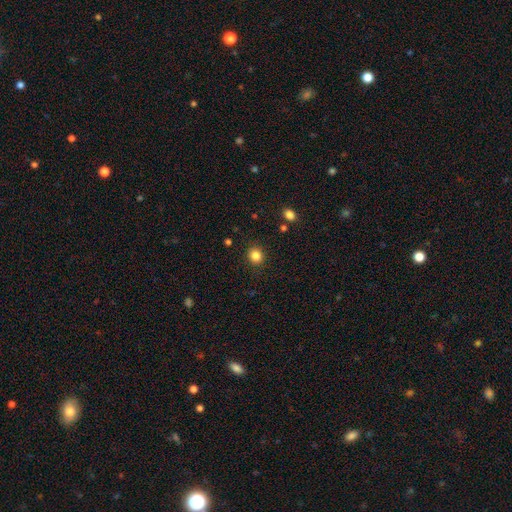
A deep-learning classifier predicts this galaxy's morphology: smooth-or-featured: smooth: 84% | star or artifact: 12% | featured or disk: 5%
  how-rounded: round: 83% | in between: 16% | cigar-shaped: 1%
  merging: none: 90% | minor disturbance: 7% | major disturbance: 2% | merger: 1%